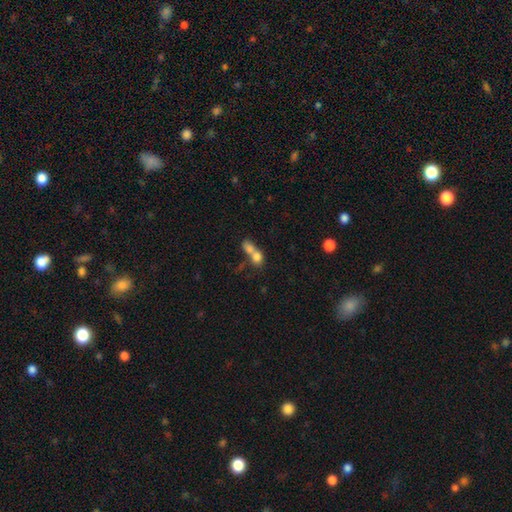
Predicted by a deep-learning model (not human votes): smooth 72%, featured or disk 17%, star or artifact 11%. Down the decision tree: how rounded — round (49%); merging — merger (72%).